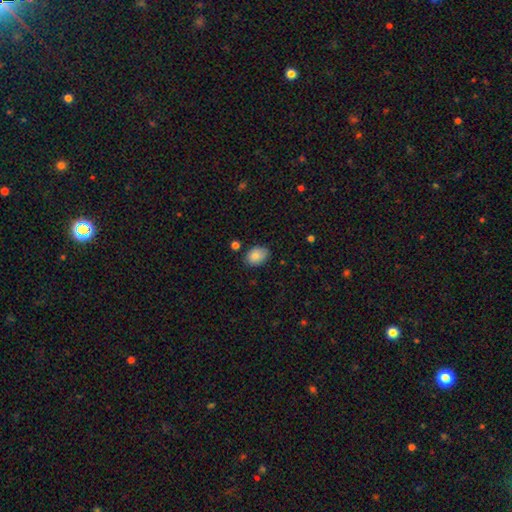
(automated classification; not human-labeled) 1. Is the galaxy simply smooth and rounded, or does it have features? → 83% smooth, 9% featured or disk, 8% star or artifact.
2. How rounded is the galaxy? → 71% in between, 28% round, 1% cigar-shaped.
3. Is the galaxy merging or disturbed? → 75% none, 19% minor disturbance, 3% major disturbance, 3% merger.